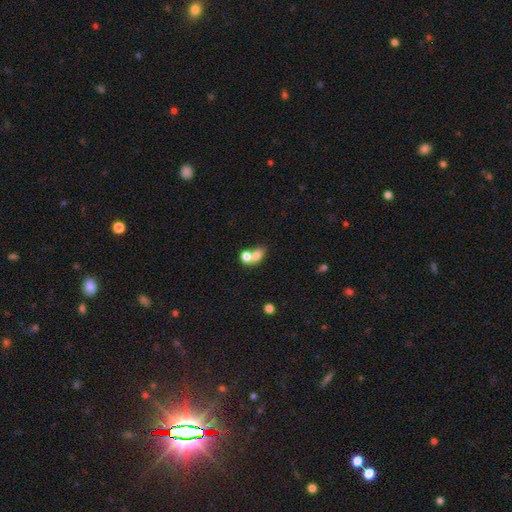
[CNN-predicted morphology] smooth-or-featured: smooth: 73% | featured or disk: 16% | star or artifact: 11%
  how-rounded: in between: 65% | round: 33% | cigar-shaped: 2%
  merging: merger: 61% | none: 26% | minor disturbance: 7% | major disturbance: 5%